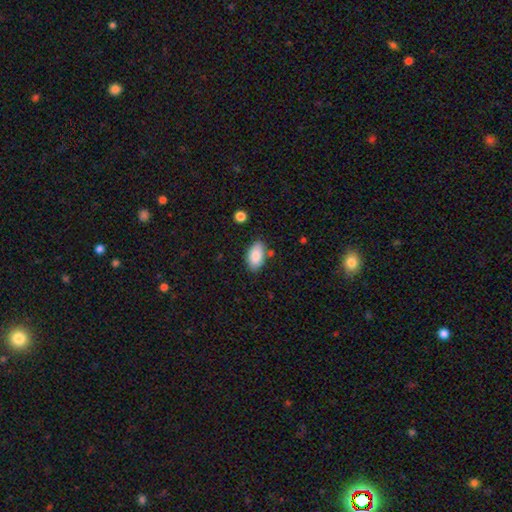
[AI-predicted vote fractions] Smooth or featured? smooth (86%)
How rounded? in between (93%)
Merging? none (77%)